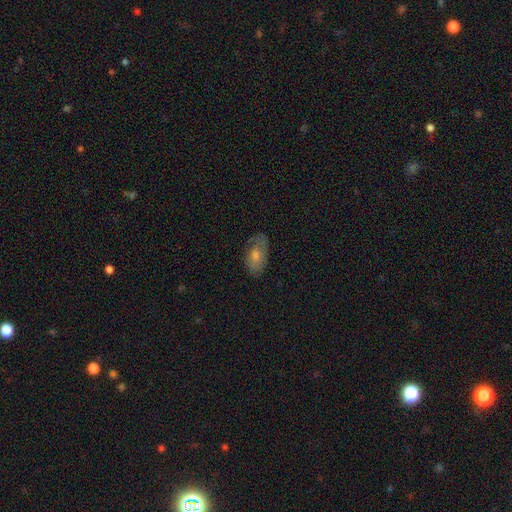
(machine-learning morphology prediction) A smooth galaxy with no disk features (46%).

Vote fractions:
- Smooth or featured? smooth: 46% / featured or disk: 42% / star or artifact: 11%
- Merging? none: 72% / minor disturbance: 20% / major disturbance: 7% / merger: 1%